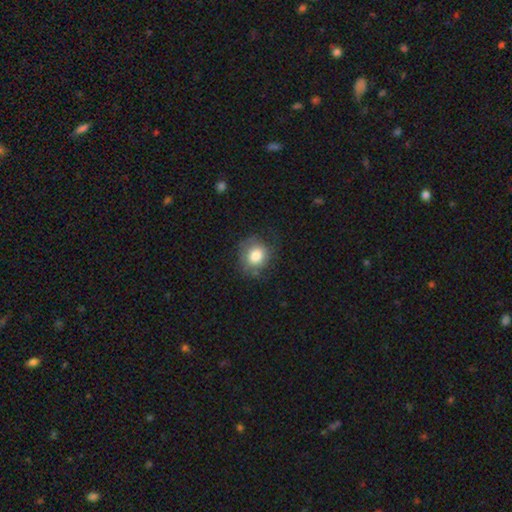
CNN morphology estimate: type=smooth (77%); roundness=round (78%); merging=none (65%).